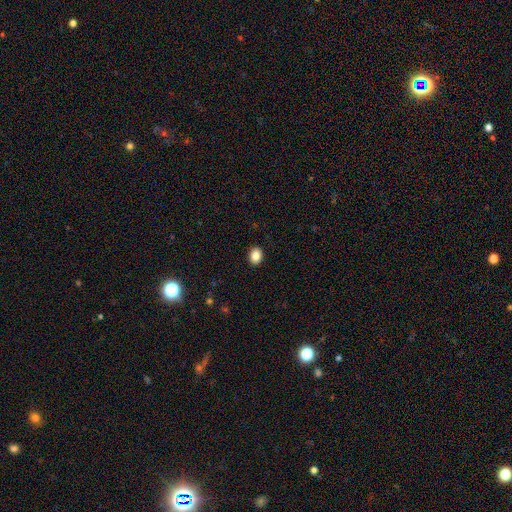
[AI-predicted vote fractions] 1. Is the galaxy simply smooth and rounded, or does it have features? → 85% smooth, 9% star or artifact, 6% featured or disk.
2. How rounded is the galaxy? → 63% in between, 36% round, 1% cigar-shaped.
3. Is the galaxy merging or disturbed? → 90% none, 7% minor disturbance, 2% major disturbance, 1% merger.